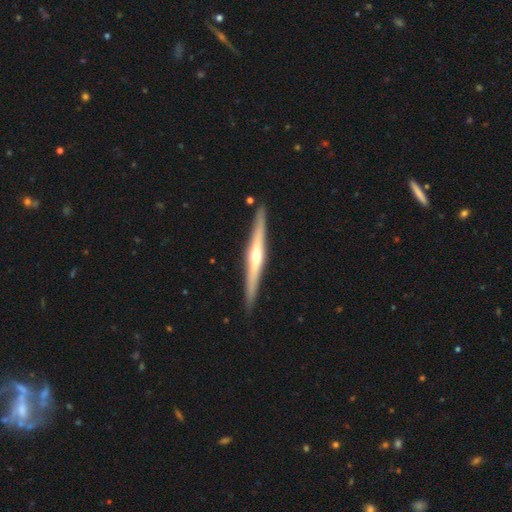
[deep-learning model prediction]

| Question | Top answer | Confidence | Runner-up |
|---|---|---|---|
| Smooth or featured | featured or disk | 76% | smooth (19%) |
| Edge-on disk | yes | 97% | no (3%) |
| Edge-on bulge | rounded | 83% | none (11%) |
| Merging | none | 91% | minor disturbance (7%) |